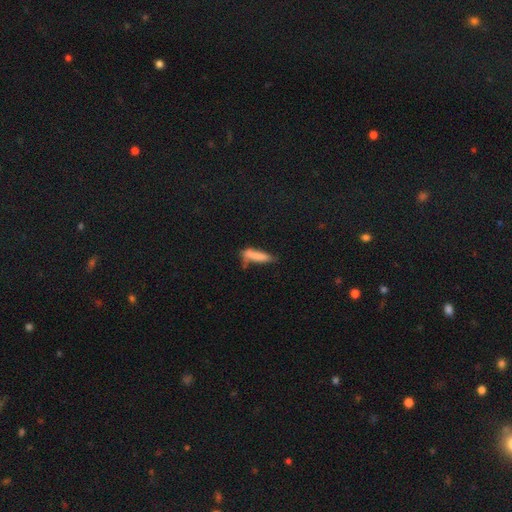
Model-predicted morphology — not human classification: smooth-or-featured: smooth: 81% | featured or disk: 12% | star or artifact: 8%
  how-rounded: cigar-shaped: 74% | in between: 24% | round: 2%
  merging: none: 53% | minor disturbance: 29% | merger: 10% | major disturbance: 9%